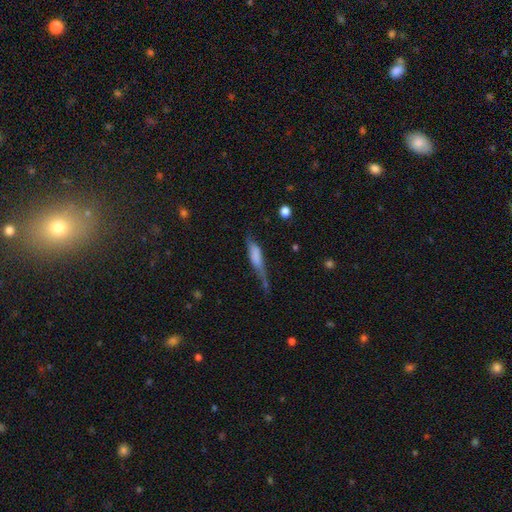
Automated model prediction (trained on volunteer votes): Overall: smooth (59%; featured or disk 33%). How rounded: cigar-shaped (63%; in between 33%). Merging: none (35%; minor disturbance 34%).